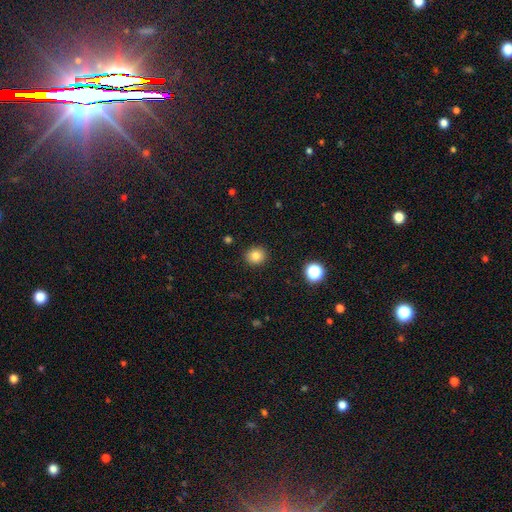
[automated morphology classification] A smooth galaxy with no disk features (81%) that is round (83%).

Vote fractions:
- Smooth or featured? smooth: 81% / star or artifact: 12% / featured or disk: 7%
- How rounded? round: 83% / in between: 16% / cigar-shaped: 1%
- Merging? none: 91% / minor disturbance: 6% / major disturbance: 2% / merger: 1%